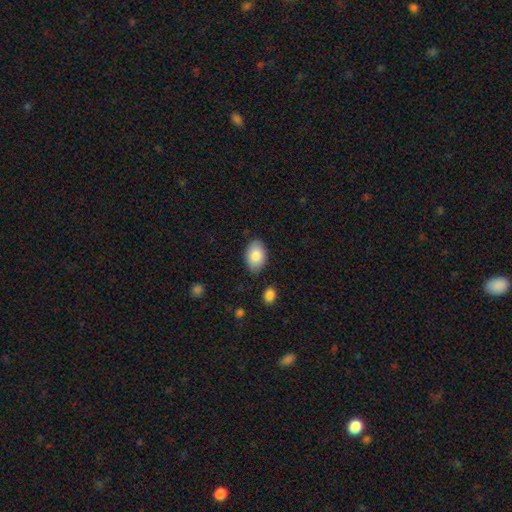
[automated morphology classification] smooth 85%, featured or disk 8%, star or artifact 6%. Down the decision tree: how rounded — in between (90%); merging — none (84%).